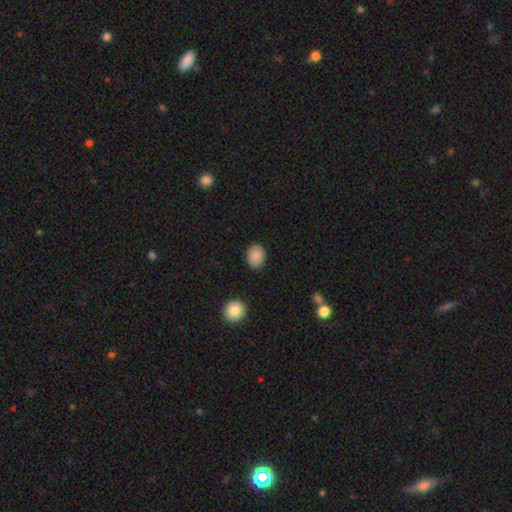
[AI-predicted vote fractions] Smooth or featured?
  - smooth: 88% *
  - star or artifact: 8%
  - featured or disk: 4%
How rounded?
  - in between: 55% *
  - round: 44%
  - cigar-shaped: 1%
Merging?
  - none: 87% *
  - minor disturbance: 9%
  - major disturbance: 2%
  - merger: 1%